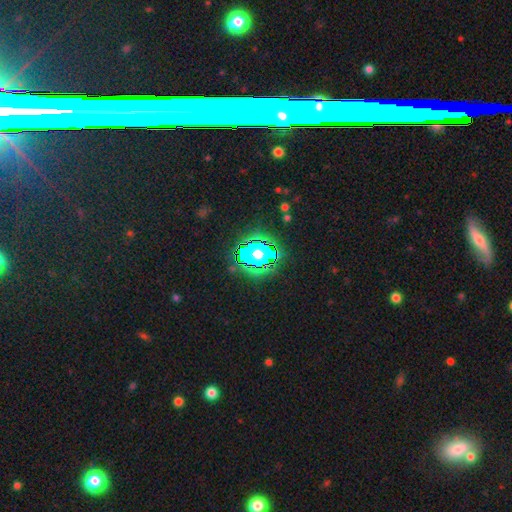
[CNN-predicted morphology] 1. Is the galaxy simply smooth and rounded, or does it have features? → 56% star or artifact, 31% smooth, 14% featured or disk.